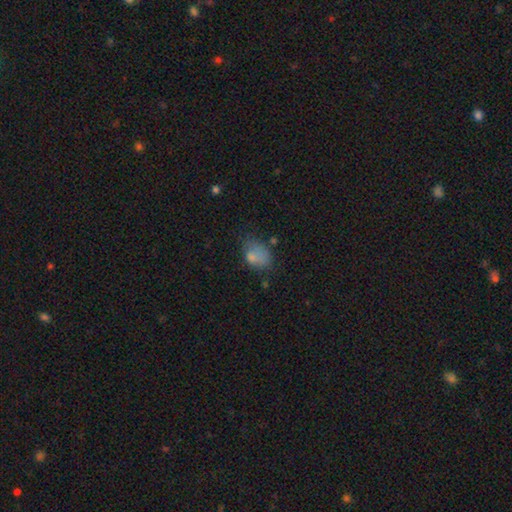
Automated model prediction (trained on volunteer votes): Smooth or featured? Predicted: smooth (p=0.74). How rounded? Predicted: in between (p=0.77). Merging? Predicted: none (p=0.36).